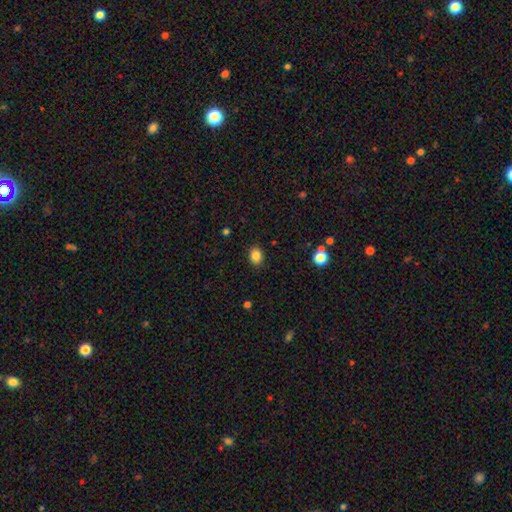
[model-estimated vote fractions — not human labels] The model was most divided on "how rounded": in between: 53%, round: 46%, cigar-shaped: 1%. More confident: merging — none (88%); smooth or featured — smooth (85%).